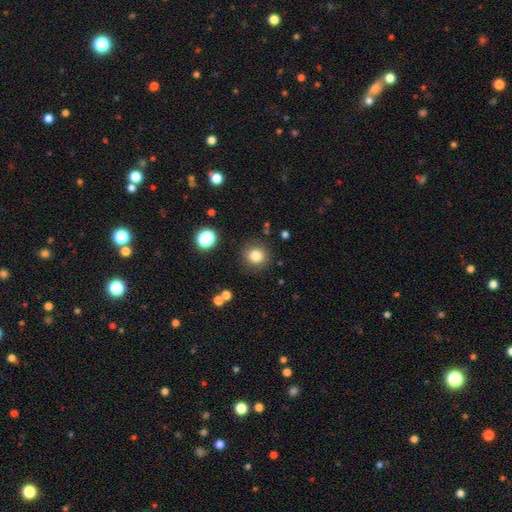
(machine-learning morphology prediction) smooth 82%, star or artifact 12%, featured or disk 6%. Down the decision tree: how rounded — round (88%); merging — none (87%).